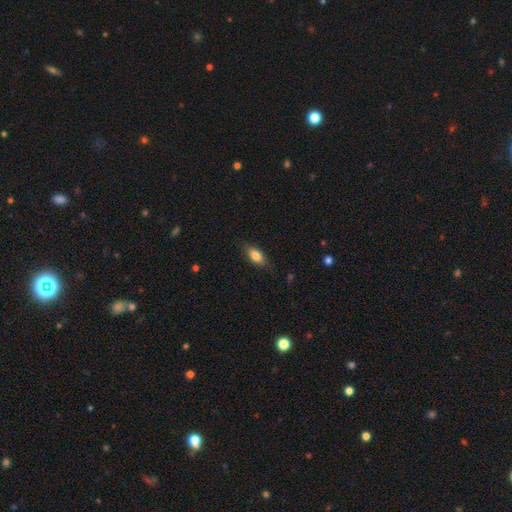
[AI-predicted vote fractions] A smooth galaxy with no disk features (82%) that is in between round and cigar-shaped (86%).

Vote fractions:
- Smooth or featured? smooth: 82% / featured or disk: 11% / star or artifact: 7%
- How rounded? in between: 86% / cigar-shaped: 8% / round: 5%
- Merging? none: 81% / minor disturbance: 15% / major disturbance: 3% / merger: 1%